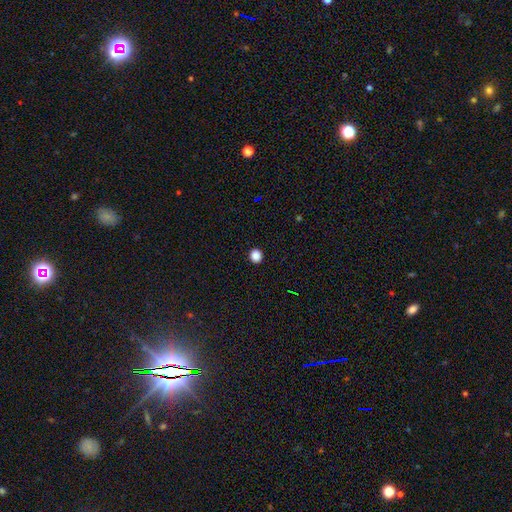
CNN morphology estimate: Smooth or featured? smooth (87%)
How rounded? round (84%)
Merging? none (93%)